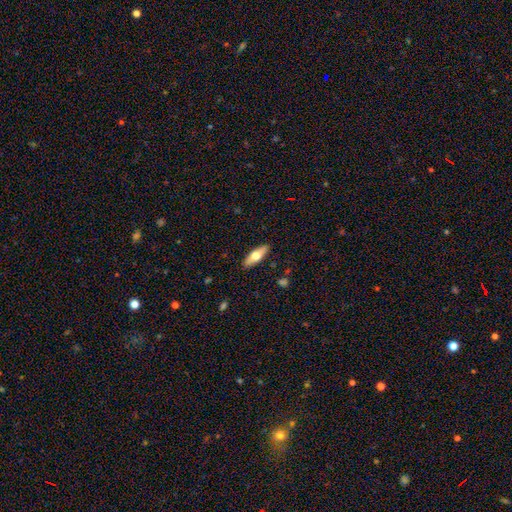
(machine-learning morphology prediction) Smooth or featured? Predicted: smooth (p=0.60). How rounded? Predicted: in between (p=0.64). Merging? Predicted: none (p=0.89).